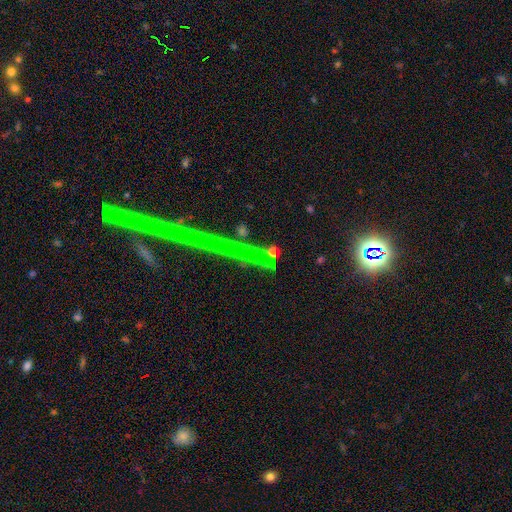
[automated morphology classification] Overall: star or artifact (74%).